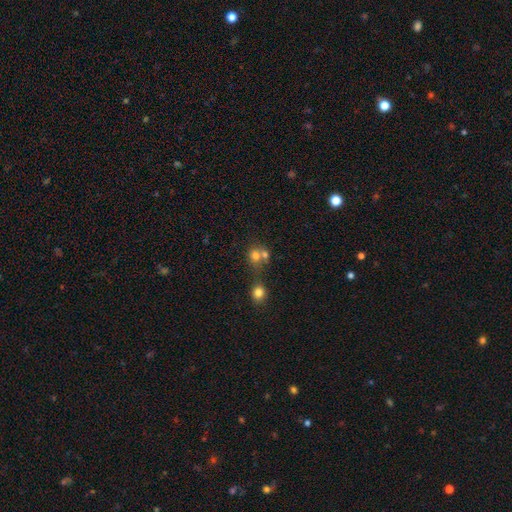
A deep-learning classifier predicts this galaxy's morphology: Smooth or featured?
  - smooth: 72% *
  - star or artifact: 14%
  - featured or disk: 13%
How rounded?
  - round: 77% *
  - in between: 22%
  - cigar-shaped: 1%
Merging?
  - merger: 51% *
  - none: 37%
  - minor disturbance: 8%
  - major disturbance: 4%